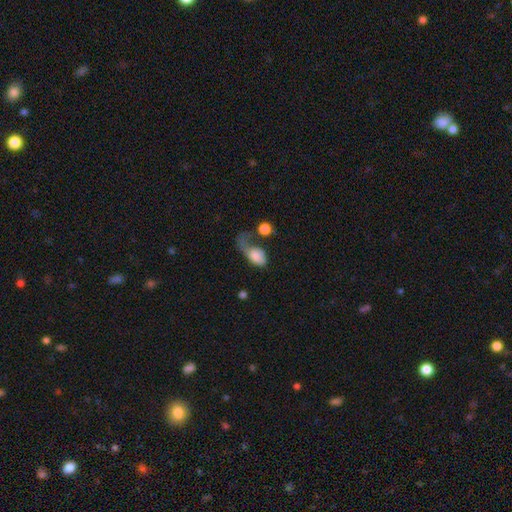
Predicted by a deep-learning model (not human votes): Smooth or featured? Predicted: smooth (p=0.66). How rounded? Predicted: in between (p=0.81). Merging? Predicted: major disturbance (p=0.58).